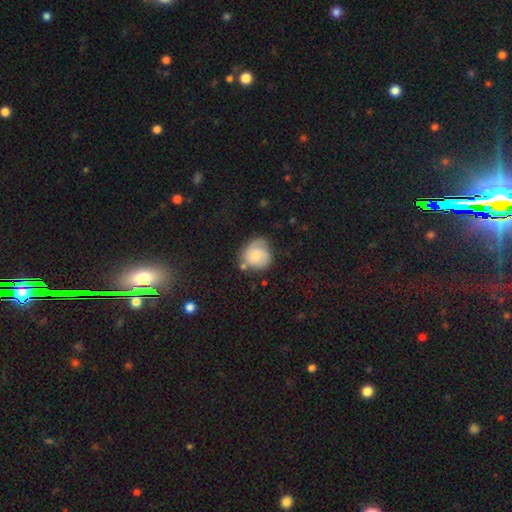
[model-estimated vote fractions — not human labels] Smooth or featured: smooth — 54% (featured or disk — 38%)
How rounded: round — 78% (in between — 21%)
Merging: none — 52% (minor disturbance — 29%)